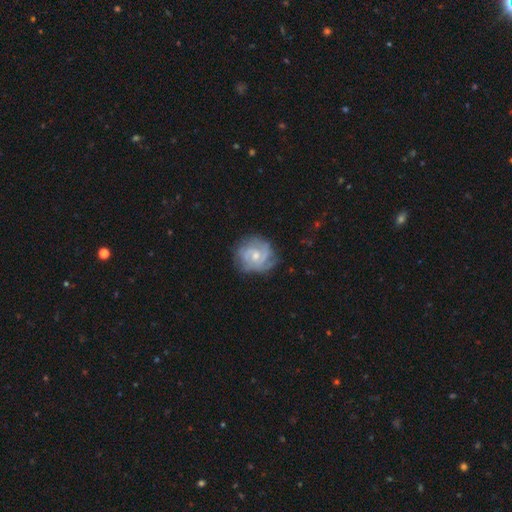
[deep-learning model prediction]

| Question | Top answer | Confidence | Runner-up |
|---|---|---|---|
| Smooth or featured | featured or disk | 77% | smooth (17%) |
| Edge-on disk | no | 98% | yes (2%) |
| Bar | no | 61% | weak (34%) |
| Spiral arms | yes | 90% | no (10%) |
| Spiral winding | tight | 56% | medium (33%) |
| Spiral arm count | can't tell | 34% | 2 (29%) |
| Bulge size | small | 49% | moderate (46%) |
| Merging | none | 70% | minor disturbance (20%) |